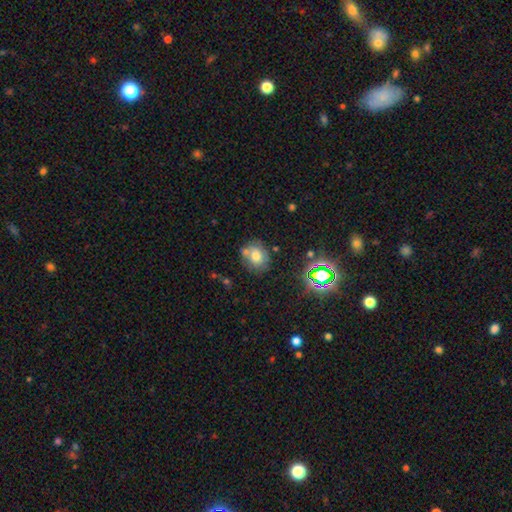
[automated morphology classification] Smooth or featured: smooth — 67% (featured or disk — 17%)
How rounded: round — 65% (in between — 34%)
Merging: none — 63% (merger — 17%)